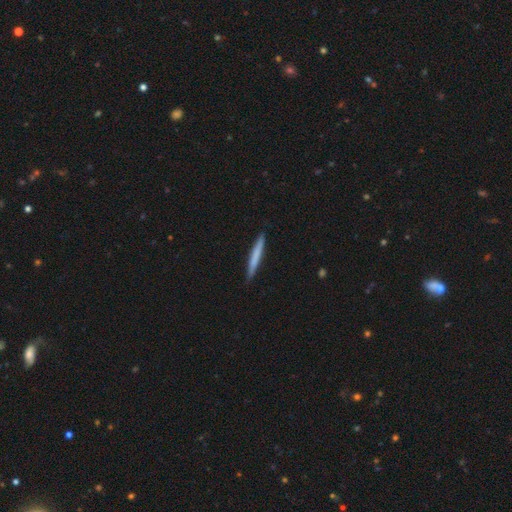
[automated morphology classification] Overall: smooth (68%). How rounded: cigar-shaped (97%). Merging: none (90%).